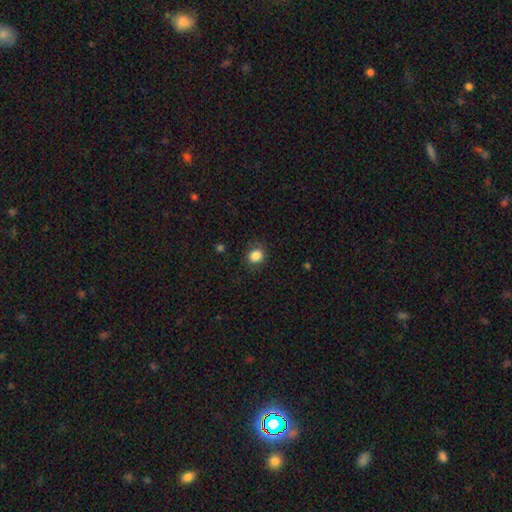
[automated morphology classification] Q: Smooth or featured?
A: smooth (86%); runner-up: star or artifact (10%)
Q: How rounded?
A: round (66%); runner-up: in between (33%)
Q: Merging?
A: none (81%); runner-up: minor disturbance (13%)